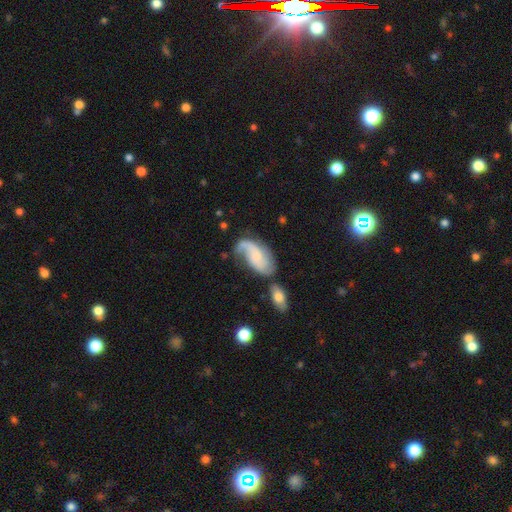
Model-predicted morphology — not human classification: smooth_or_featured: featured or disk (p=0.68) [alt: smooth p=0.25]
disk_edge_on: no (p=0.95) [alt: yes p=0.05]
bar: no (p=0.61) [alt: weak p=0.32]
has_spiral_arms: yes (p=0.92) [alt: no p=0.08]
spiral_winding: loose (p=0.55) [alt: medium p=0.32]
spiral_arm_count: 2 (p=0.68) [alt: 1 p=0.20]
bulge_size: none (p=0.38) [alt: small p=0.36]
merging: none (p=0.43) [alt: minor disturbance p=0.24]